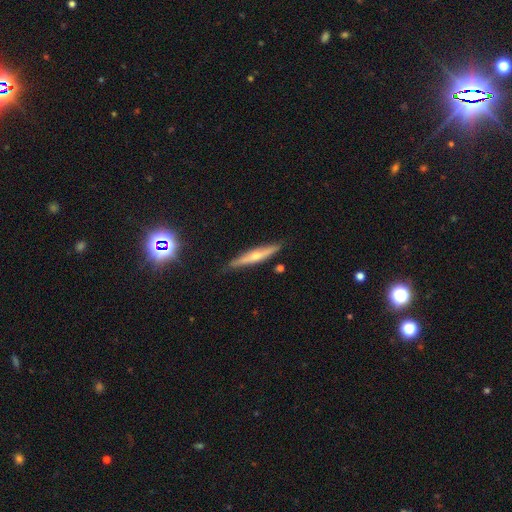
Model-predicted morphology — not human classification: A featured or disk galaxy (63%) viewed edge-on (95%) with a rounded central bulge (88%).

Vote fractions:
- Smooth or featured? featured or disk: 63% / smooth: 30% / star or artifact: 7%
- Edge-on disk? yes: 95% / no: 5%
- Edge-on bulge? rounded: 88% / none: 9% / boxy: 3%
- Merging? none: 85% / minor disturbance: 11% / merger: 2% / major disturbance: 2%